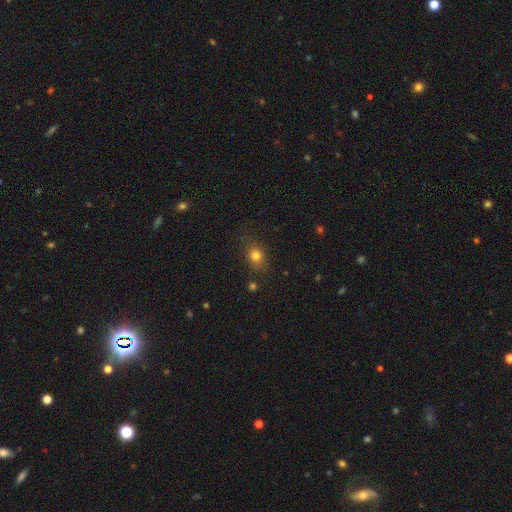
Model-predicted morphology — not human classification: smooth-or-featured: smooth: 78% | star or artifact: 13% | featured or disk: 9%
  how-rounded: round: 52% | in between: 46% | cigar-shaped: 2%
  merging: none: 79% | minor disturbance: 15% | major disturbance: 5% | merger: 2%